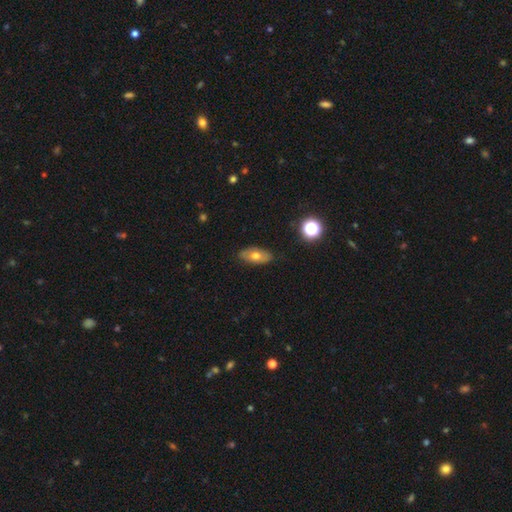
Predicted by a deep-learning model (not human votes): The model was most divided on "smooth or featured": smooth: 64%, featured or disk: 27%, star or artifact: 9%. More confident: merging — none (86%); how rounded — in between (86%).